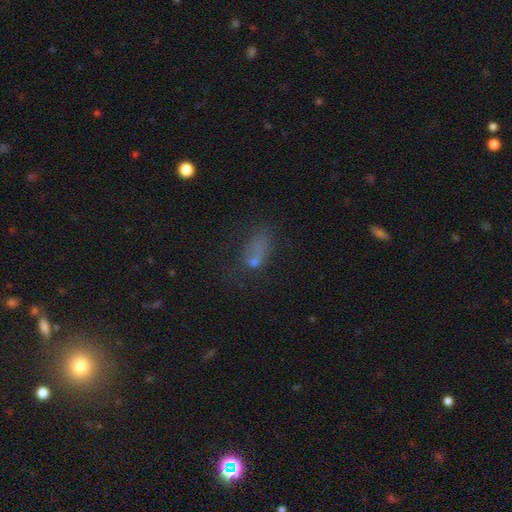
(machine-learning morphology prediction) This appears to be a smooth galaxy with no disk features (53%) that is in between round and cigar-shaped (77%). Merging: major disturbance (34%).